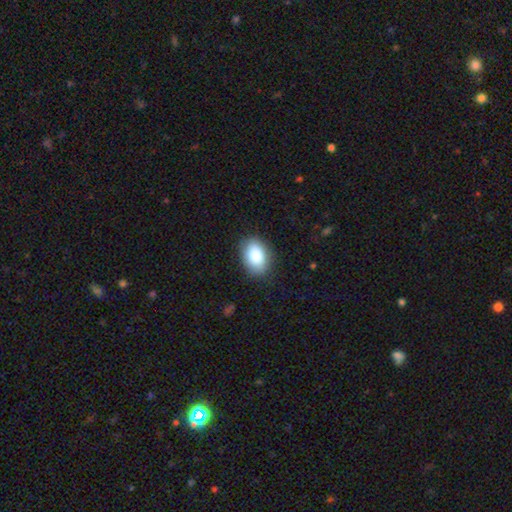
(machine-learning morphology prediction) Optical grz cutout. It shows a smooth galaxy with no disk features (86%) that is in between round and cigar-shaped (87%). Merging: none (84%).